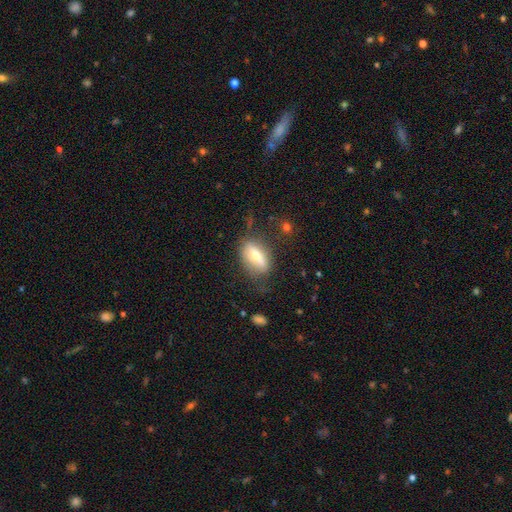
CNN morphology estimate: Q: Smooth or featured?
A: smooth (50%); runner-up: featured or disk (42%)
Q: Merging?
A: none (67%); runner-up: minor disturbance (21%)